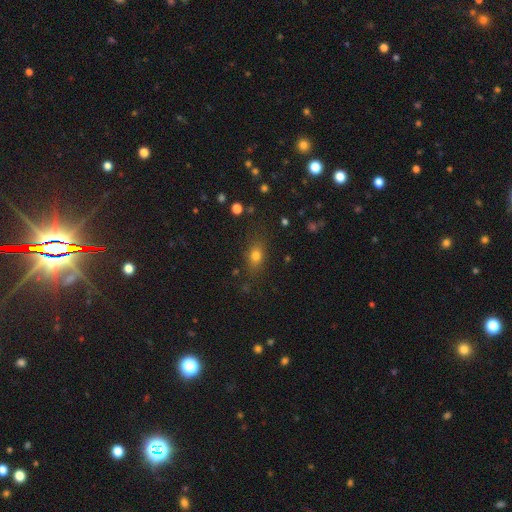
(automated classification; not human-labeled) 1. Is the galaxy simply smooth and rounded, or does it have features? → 76% smooth, 13% star or artifact, 10% featured or disk.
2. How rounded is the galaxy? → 68% in between, 25% round, 7% cigar-shaped.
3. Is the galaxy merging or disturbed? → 78% none, 15% minor disturbance, 5% major disturbance, 2% merger.